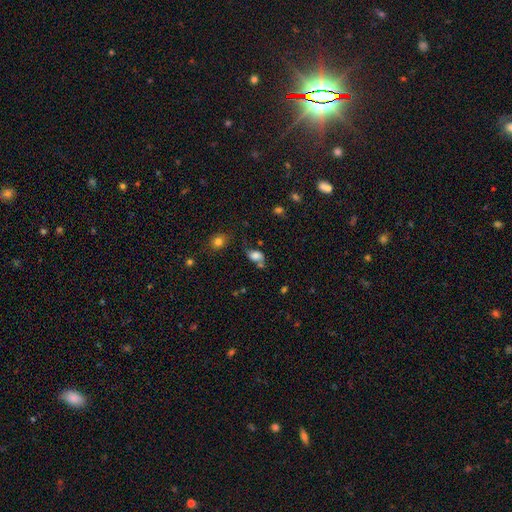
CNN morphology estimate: smooth_or_featured: smooth (p=0.62) [alt: featured or disk p=0.25]
how_rounded: in between (p=0.73) [alt: round p=0.25]
merging: none (p=0.40) [alt: minor disturbance p=0.26]